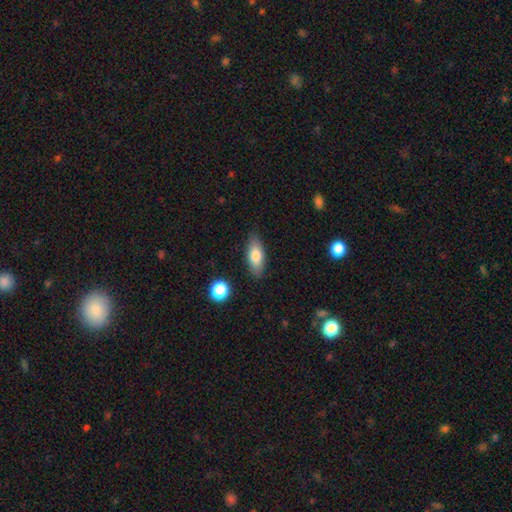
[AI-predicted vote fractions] Smooth or featured: smooth — 77% (featured or disk — 16%)
How rounded: in between — 77% (cigar-shaped — 20%)
Merging: none — 84% (minor disturbance — 12%)